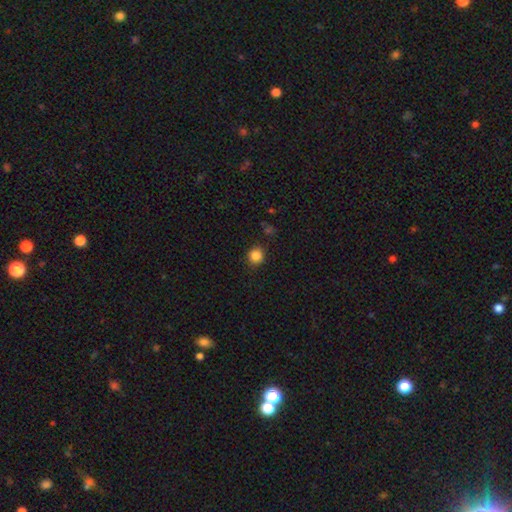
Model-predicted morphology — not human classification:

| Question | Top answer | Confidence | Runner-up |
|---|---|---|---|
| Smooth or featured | smooth | 86% | star or artifact (11%) |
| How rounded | round | 89% | in between (10%) |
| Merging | none | 88% | minor disturbance (8%) |